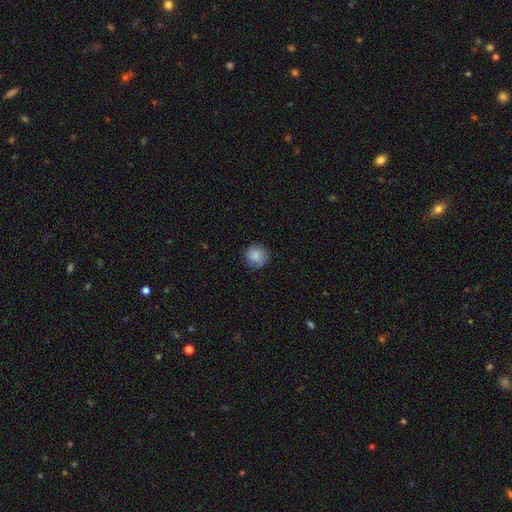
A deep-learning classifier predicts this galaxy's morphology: Overall: smooth (86%). How rounded: round (92%). Merging: none (86%).